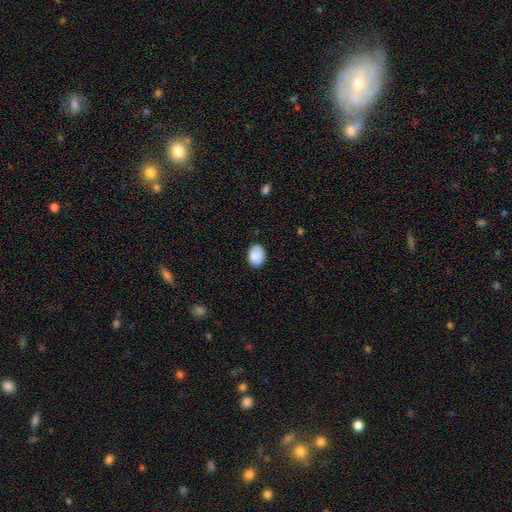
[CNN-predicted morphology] A smooth galaxy with no disk features (89%) that is in between round and cigar-shaped (78%). Merging: none (84%).